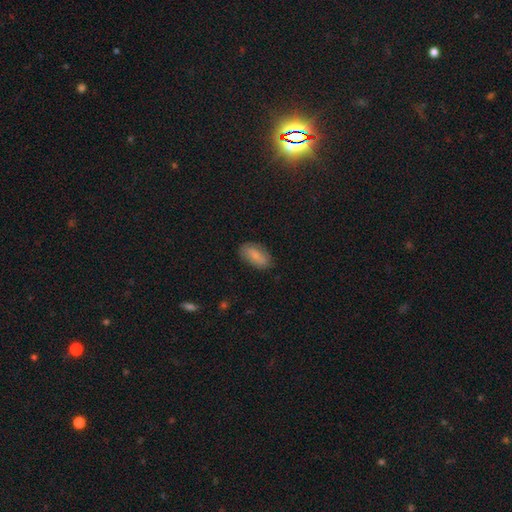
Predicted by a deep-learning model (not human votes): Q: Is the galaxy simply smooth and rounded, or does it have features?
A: smooth — 78%.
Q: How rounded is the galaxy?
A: in between — 92%.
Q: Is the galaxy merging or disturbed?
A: none — 81%.